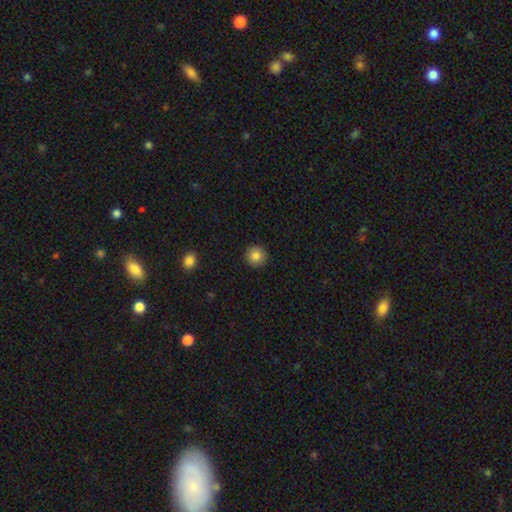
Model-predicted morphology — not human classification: Smooth or featured?
  - smooth: 85% *
  - star or artifact: 9%
  - featured or disk: 5%
How rounded?
  - round: 95% *
  - in between: 4%
  - cigar-shaped: 1%
Merging?
  - none: 92% *
  - minor disturbance: 6%
  - major disturbance: 2%
  - merger: 1%